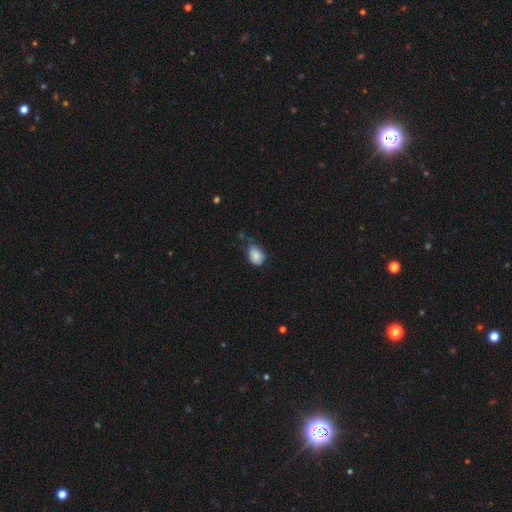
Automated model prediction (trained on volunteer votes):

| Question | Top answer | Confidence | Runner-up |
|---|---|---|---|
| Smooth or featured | smooth | 84% | featured or disk (8%) |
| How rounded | in between | 78% | round (20%) |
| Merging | none | 44% | minor disturbance (41%) |